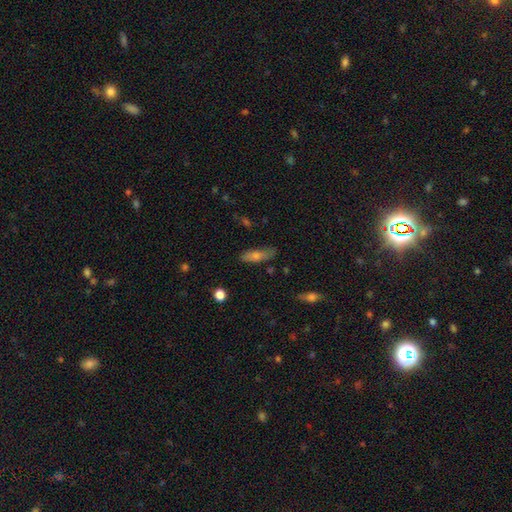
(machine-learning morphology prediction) The model was most divided on "how rounded": cigar-shaped: 54%, in between: 43%, round: 3%. More confident: merging — none (75%); smooth or featured — smooth (64%).